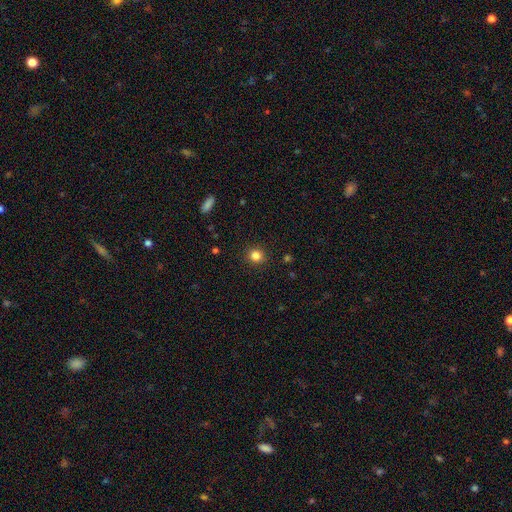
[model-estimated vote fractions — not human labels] Smooth or featured? smooth (83%)
How rounded? round (89%)
Merging? none (91%)